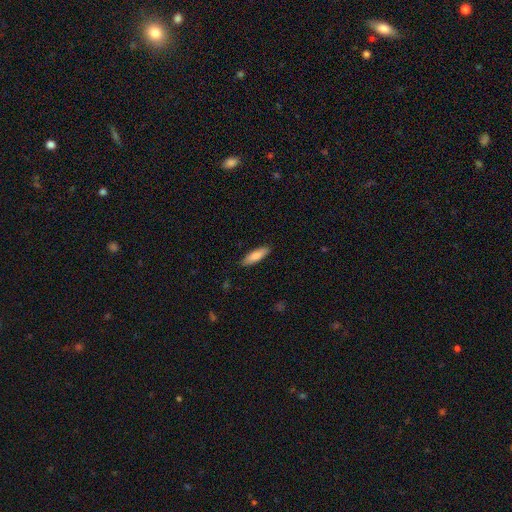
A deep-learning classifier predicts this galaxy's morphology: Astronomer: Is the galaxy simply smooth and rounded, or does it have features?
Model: smooth — 82%.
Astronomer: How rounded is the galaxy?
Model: cigar-shaped — 58% (runner-up: in between, 40%).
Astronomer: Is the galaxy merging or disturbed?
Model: none — 89%.